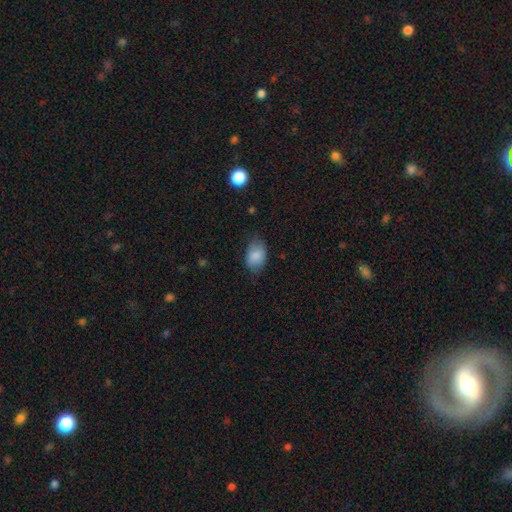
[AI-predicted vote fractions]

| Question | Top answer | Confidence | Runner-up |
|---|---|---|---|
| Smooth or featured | smooth | 86% | star or artifact (7%) |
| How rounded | in between | 83% | round (15%) |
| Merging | none | 70% | minor disturbance (23%) |